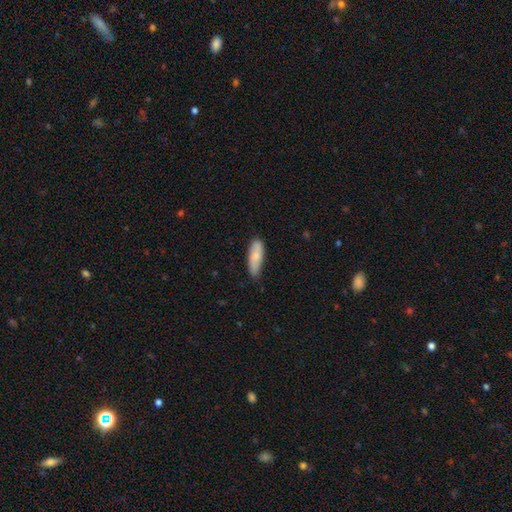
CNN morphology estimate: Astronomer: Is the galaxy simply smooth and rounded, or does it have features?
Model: smooth — 76%.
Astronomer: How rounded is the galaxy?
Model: in between — 57% (runner-up: cigar-shaped, 41%).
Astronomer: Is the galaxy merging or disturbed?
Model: none — 71%.